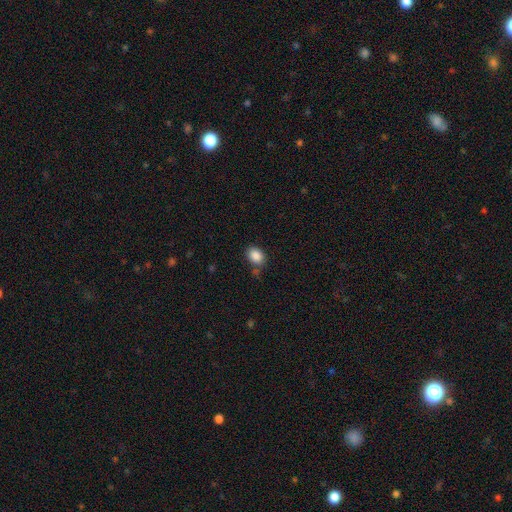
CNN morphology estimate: A smooth galaxy with no disk features (87%) that is in between round and cigar-shaped (67%). Merging: none (72%).